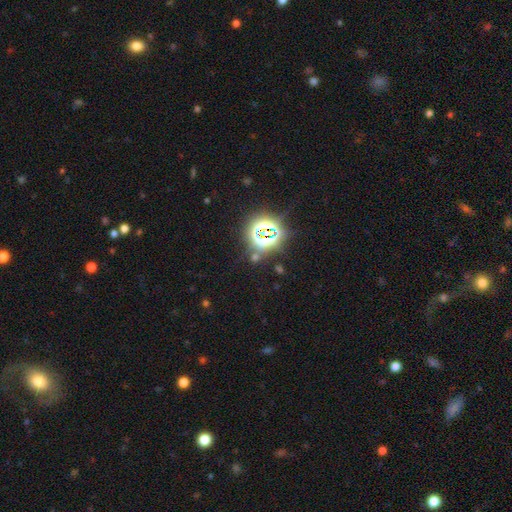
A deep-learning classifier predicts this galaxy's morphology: Smooth or featured: star or artifact — 77% (smooth — 14%)